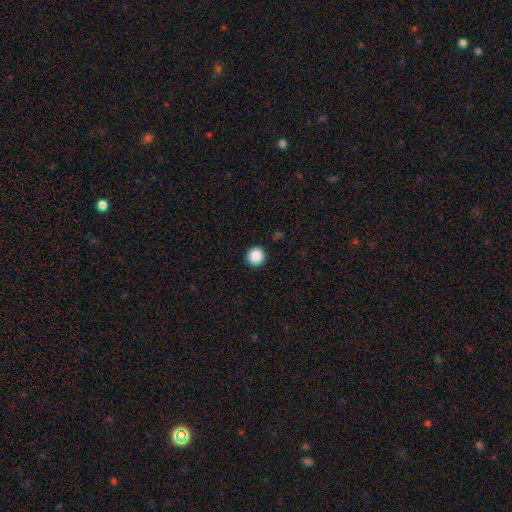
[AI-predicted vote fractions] This appears to be a smooth galaxy with no disk features (88%) that is round (95%). Merging: none (93%).